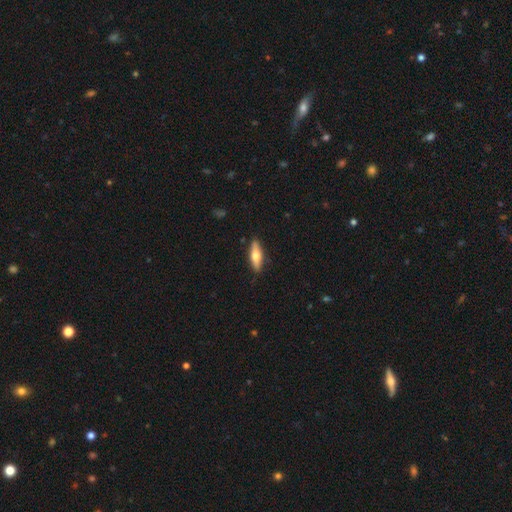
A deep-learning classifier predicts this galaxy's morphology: A smooth galaxy with no disk features (52%) that is cigar-shaped (55%).

Vote fractions:
- Smooth or featured? smooth: 52% / featured or disk: 42% / star or artifact: 6%
- How rounded? cigar-shaped: 55% / in between: 42% / round: 3%
- Merging? none: 88% / minor disturbance: 9% / major disturbance: 2% / merger: 1%